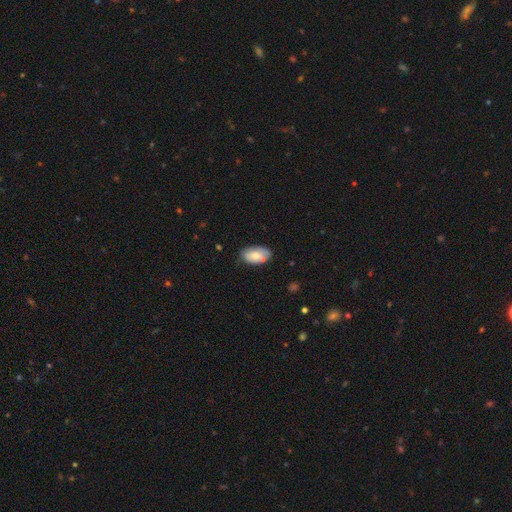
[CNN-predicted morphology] smooth_or_featured: smooth (p=0.72) [alt: featured or disk p=0.22]
how_rounded: in between (p=0.94) [alt: round p=0.05]
merging: none (p=0.71) [alt: minor disturbance p=0.21]